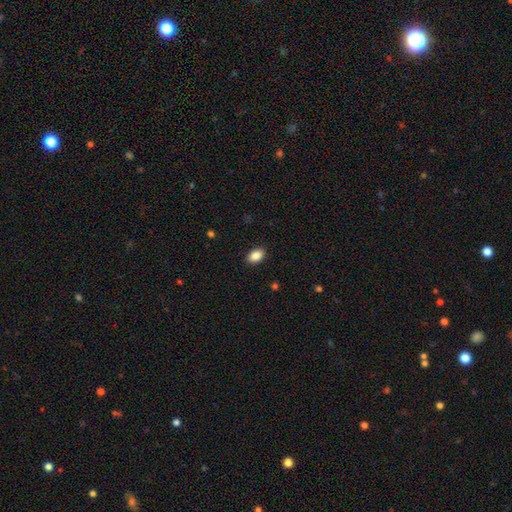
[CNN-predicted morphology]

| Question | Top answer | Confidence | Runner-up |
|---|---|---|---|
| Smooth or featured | smooth | 88% | star or artifact (8%) |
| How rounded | in between | 90% | round (8%) |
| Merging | none | 89% | minor disturbance (8%) |